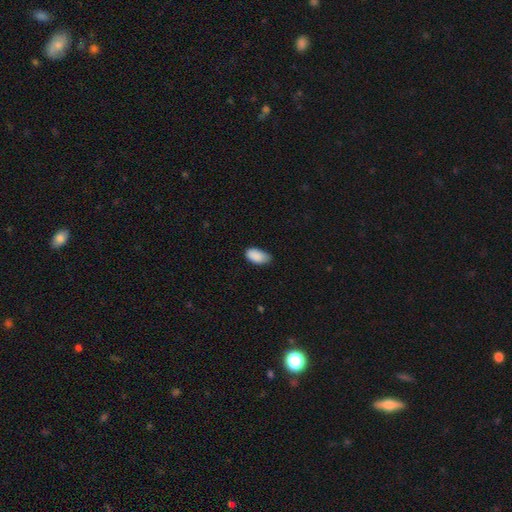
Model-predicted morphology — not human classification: Smooth or featured? smooth (89%)
How rounded? in between (94%)
Merging? none (63%)